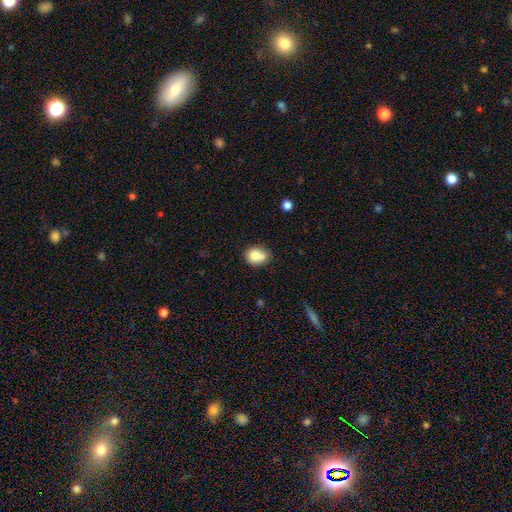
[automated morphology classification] This is likely a smooth galaxy (79%). How rounded: likely round (63%). Merging: possibly none (58%).